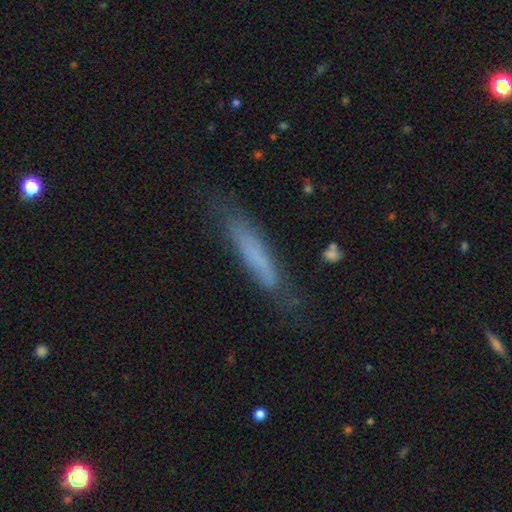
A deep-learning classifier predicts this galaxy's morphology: smooth-or-featured: smooth: 60% | featured or disk: 31% | star or artifact: 9%
  how-rounded: cigar-shaped: 88% | in between: 10% | round: 1%
  merging: none: 69% | minor disturbance: 22% | major disturbance: 7% | merger: 2%